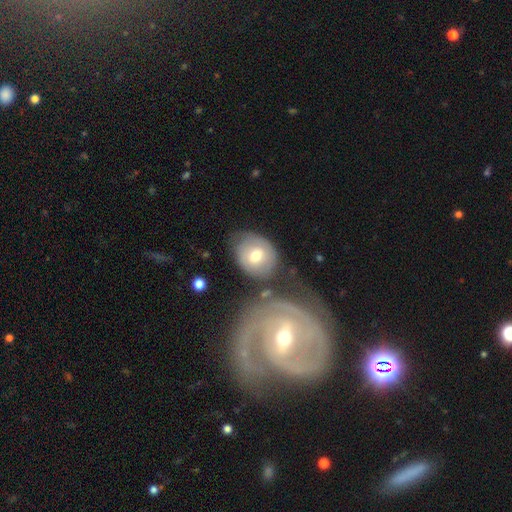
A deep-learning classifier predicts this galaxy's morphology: smooth 56%, featured or disk 37%, star or artifact 7%. Down the decision tree: how rounded — round (61%); merging — none (63%).